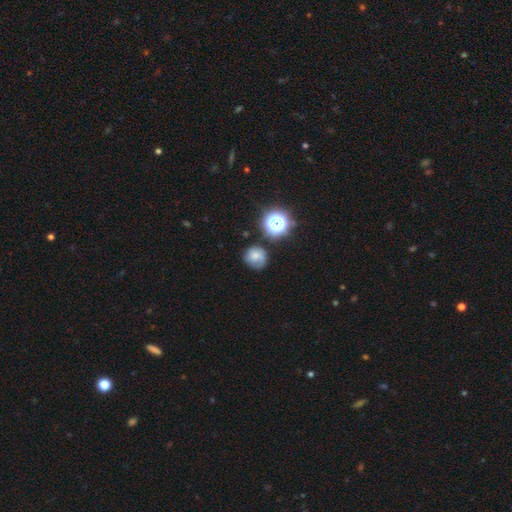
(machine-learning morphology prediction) Smooth or featured? smooth (58%)
How rounded? round (83%)
Merging? none (63%)